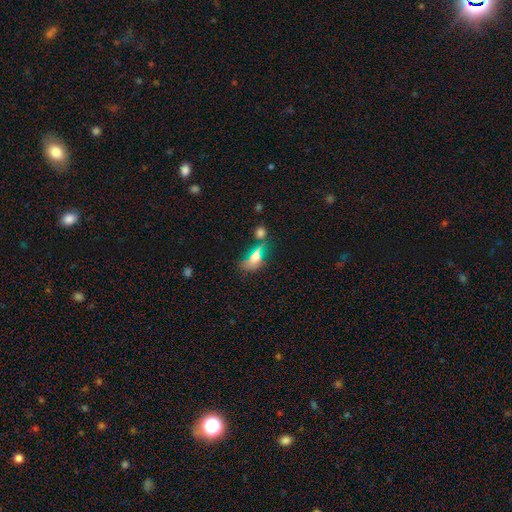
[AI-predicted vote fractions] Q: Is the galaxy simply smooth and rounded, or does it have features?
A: smooth — 60%.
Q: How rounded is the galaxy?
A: in between — 70%.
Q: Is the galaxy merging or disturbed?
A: none — 42%.